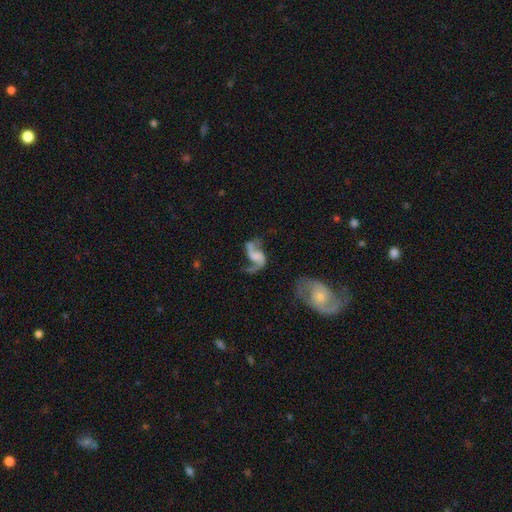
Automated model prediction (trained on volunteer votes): smooth-or-featured: featured or disk: 83% | smooth: 10% | star or artifact: 7%
  disk-edge-on: no: 98% | yes: 2%
    bar: no: 44% | weak: 38% | strong: 18%
    has-spiral-arms: yes: 93% | no: 7%
      spiral-winding: loose: 76% | medium: 20% | tight: 4%
      spiral-arm-count: 2: 87% | 1: 8% | can't tell: 2% | 3: 1% | 4: 1% | more than 4: 1%
    bulge-size: none: 57% | small: 22% | moderate: 12% | large: 7% | dominant: 2%
  merging: none: 47% | major disturbance: 25% | minor disturbance: 18% | merger: 10%